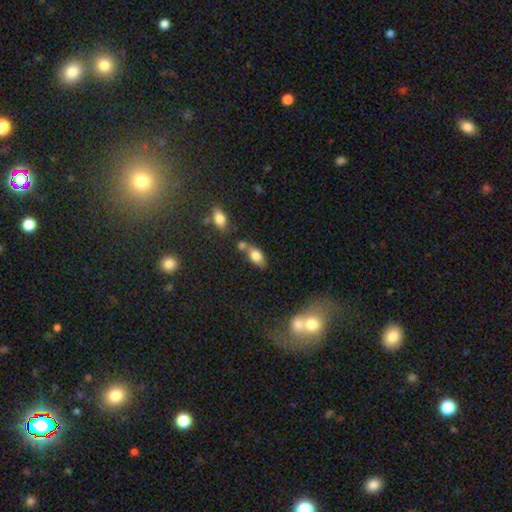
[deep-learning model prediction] A smooth galaxy with no disk features (78%) that is in between round and cigar-shaped (85%).

Vote fractions:
- Smooth or featured? smooth: 78% / featured or disk: 13% / star or artifact: 9%
- How rounded? in between: 85% / round: 9% / cigar-shaped: 6%
- Merging? none: 50% / merger: 29% / minor disturbance: 16% / major disturbance: 5%